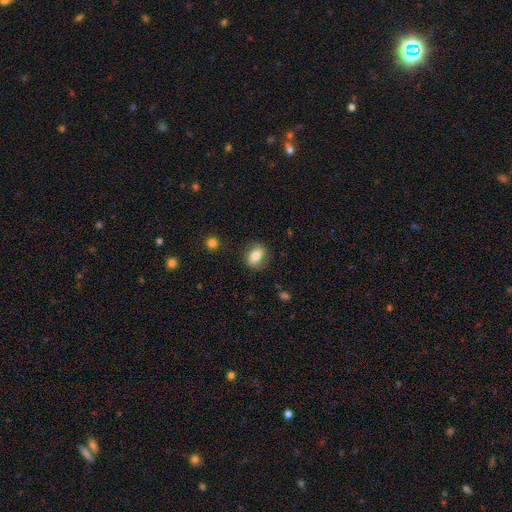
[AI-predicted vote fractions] Overall: smooth (78%). How rounded: in between (67%; round 31%). Merging: none (80%).